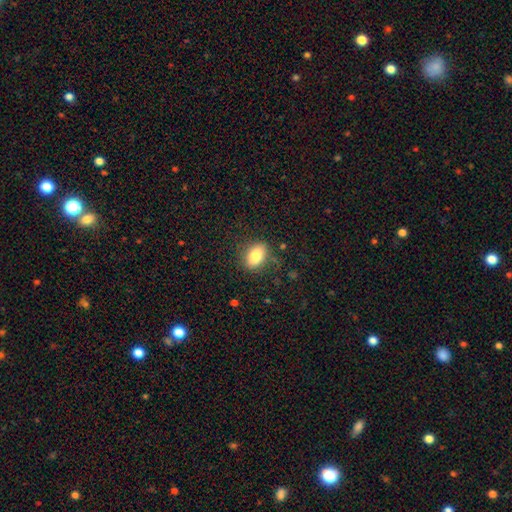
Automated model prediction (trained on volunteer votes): Q: Smooth or featured?
A: smooth (81%); runner-up: featured or disk (10%)
Q: How rounded?
A: in between (85%); runner-up: round (13%)
Q: Merging?
A: none (80%); runner-up: minor disturbance (14%)